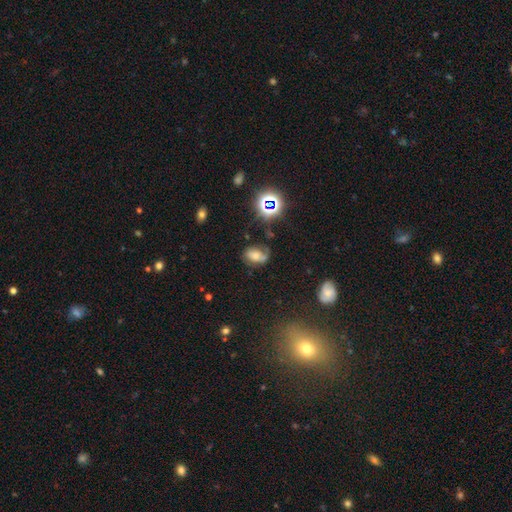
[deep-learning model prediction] smooth_or_featured: smooth (p=0.43) [alt: featured or disk p=0.36]
merging: none (p=0.46) [alt: minor disturbance p=0.27]